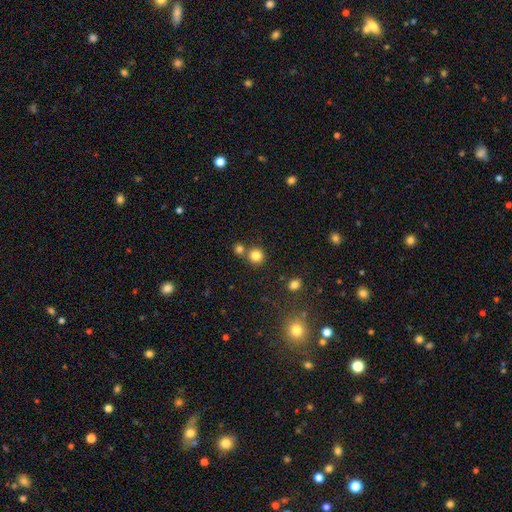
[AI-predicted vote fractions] Smooth or featured? Predicted: smooth (p=0.81). How rounded? Predicted: round (p=0.92). Merging? Predicted: none (p=0.69).